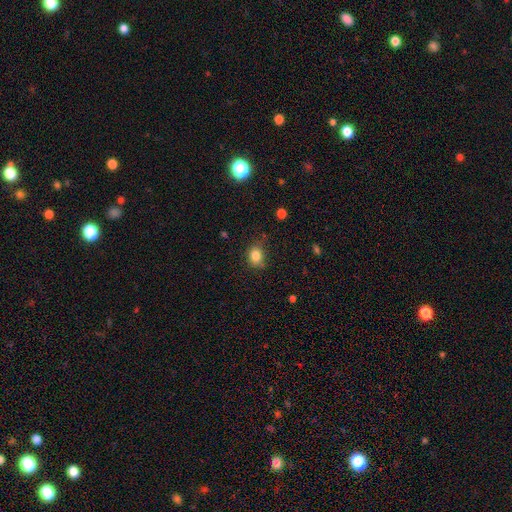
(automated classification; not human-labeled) This appears to be a smooth galaxy with no disk features (83%) that is round (54%). Merging: none (73%).